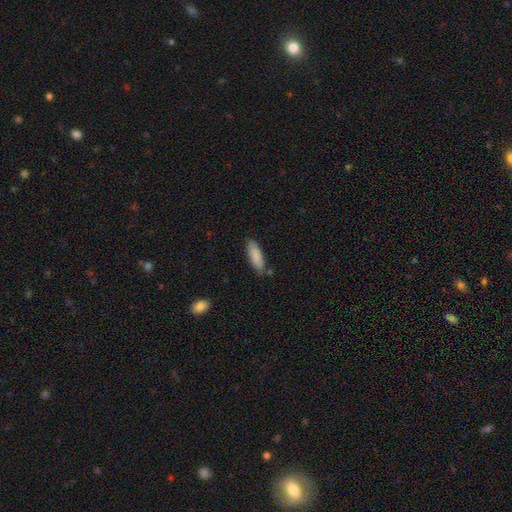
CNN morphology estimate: Overall: smooth (87%). How rounded: in between (52%; cigar-shaped 46%). Merging: none (80%).